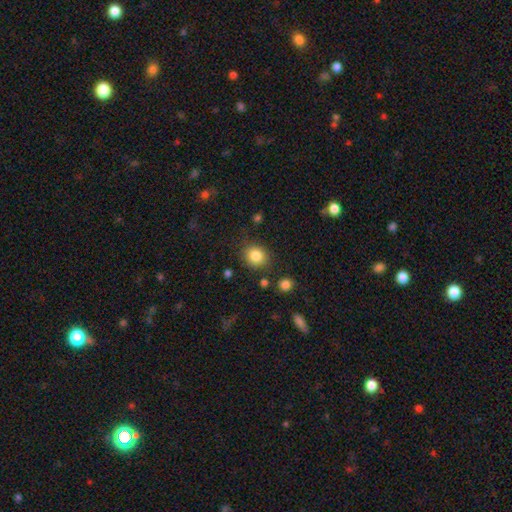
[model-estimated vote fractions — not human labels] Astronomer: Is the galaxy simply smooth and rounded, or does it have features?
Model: smooth — 84%.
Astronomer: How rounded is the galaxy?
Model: round — 77%.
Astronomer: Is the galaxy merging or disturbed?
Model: none — 82%.